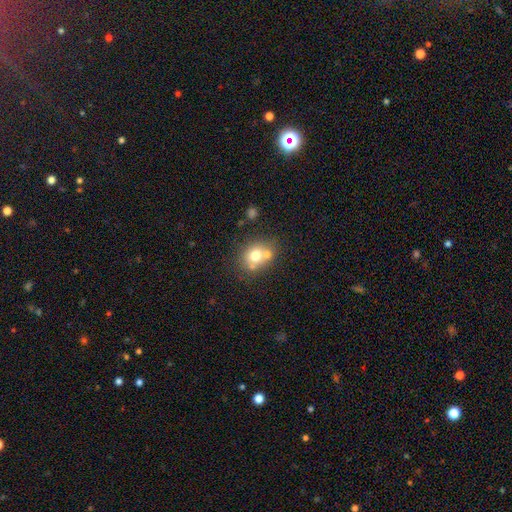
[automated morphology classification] Smooth or featured: smooth — 68% (featured or disk — 20%)
How rounded: round — 66% (in between — 33%)
Merging: none — 46% (merger — 38%)